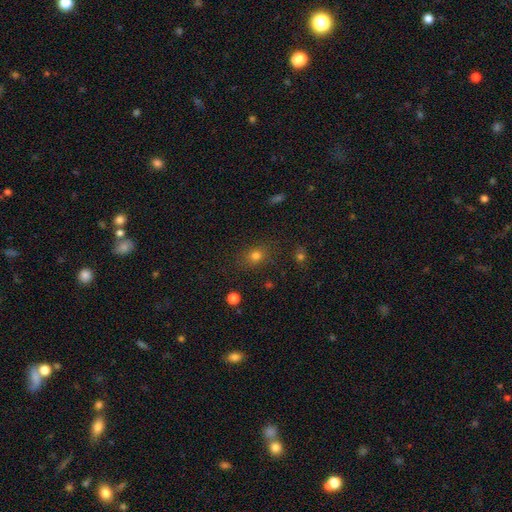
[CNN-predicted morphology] The model was most divided on "how rounded": in between: 50%, round: 48%, cigar-shaped: 2%. More confident: merging — none (81%); smooth or featured — smooth (74%).